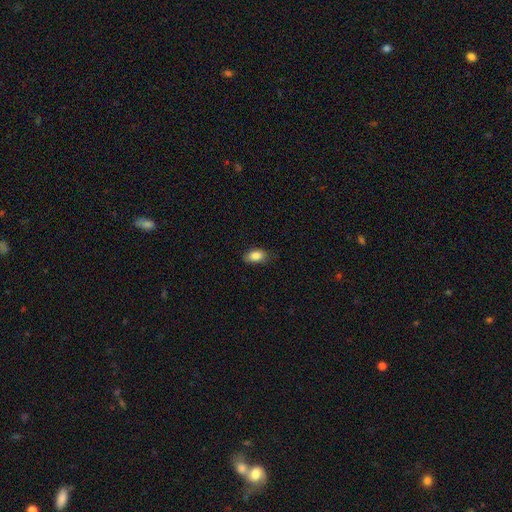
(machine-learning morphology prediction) smooth 86%, star or artifact 8%, featured or disk 6%. Down the decision tree: how rounded — in between (90%); merging — none (78%).